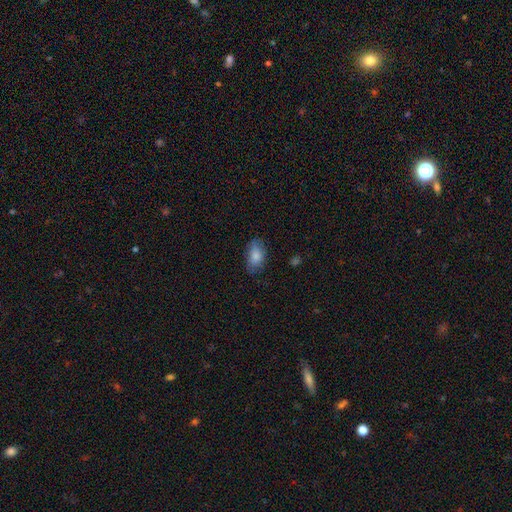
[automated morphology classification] Smooth or featured: smooth — 83% (featured or disk — 11%)
How rounded: in between — 91% (round — 6%)
Merging: none — 72% (minor disturbance — 22%)